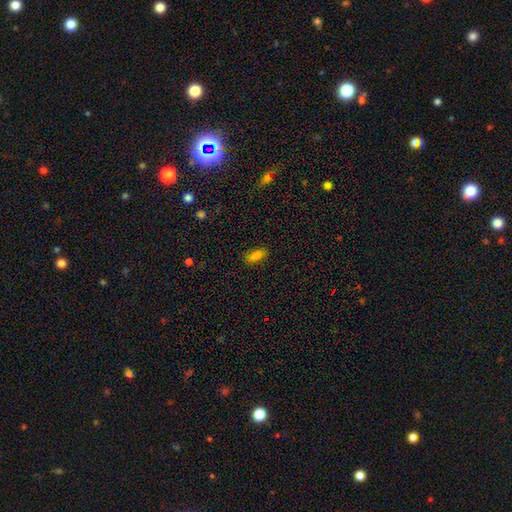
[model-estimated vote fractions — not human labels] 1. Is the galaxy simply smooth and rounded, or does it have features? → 83% smooth, 11% star or artifact, 7% featured or disk.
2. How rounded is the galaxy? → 85% in between, 12% cigar-shaped, 3% round.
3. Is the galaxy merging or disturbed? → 85% none, 11% minor disturbance, 3% major disturbance, 1% merger.